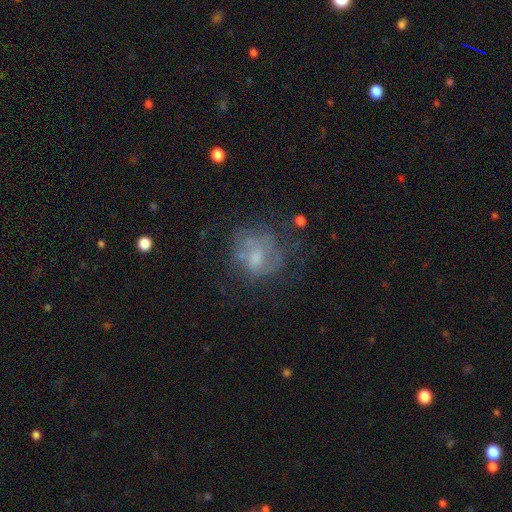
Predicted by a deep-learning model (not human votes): Smooth or featured: featured or disk — 54% (smooth — 34%)
Edge-on disk: no — 98% (yes — 2%)
Bar: no — 73% (weak — 23%)
Spiral arms: no — 59% (yes — 41%)
Bulge size: moderate — 42% (small — 29%)
Merging: none — 47% (major disturbance — 26%)